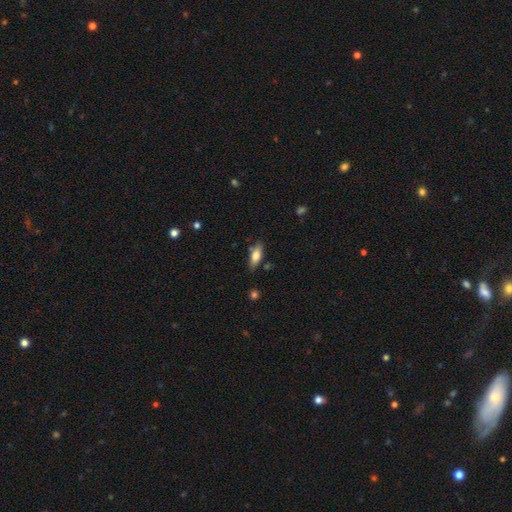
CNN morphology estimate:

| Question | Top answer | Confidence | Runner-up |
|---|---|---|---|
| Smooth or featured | smooth | 72% | featured or disk (21%) |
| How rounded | in between | 72% | cigar-shaped (25%) |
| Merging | none | 80% | minor disturbance (14%) |